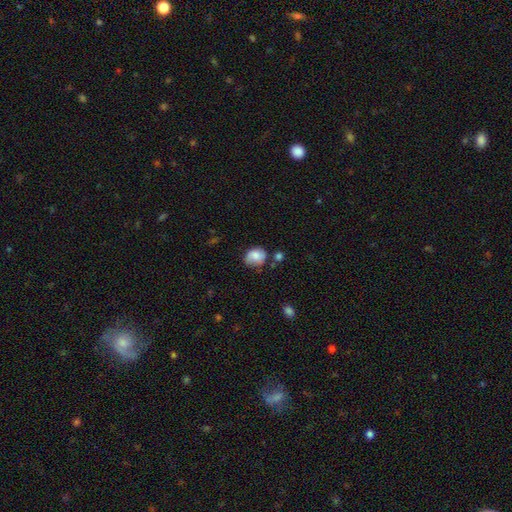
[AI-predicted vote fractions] Q: Smooth or featured?
A: smooth (71%); runner-up: featured or disk (20%)
Q: How rounded?
A: round (61%); runner-up: in between (38%)
Q: Merging?
A: none (56%); runner-up: minor disturbance (28%)